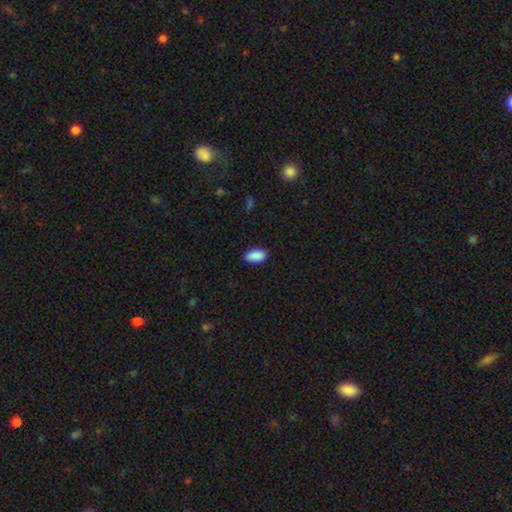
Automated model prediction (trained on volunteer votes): This is clearly a smooth galaxy (90%). How rounded: clearly in between (94%). Merging: clearly none (87%).